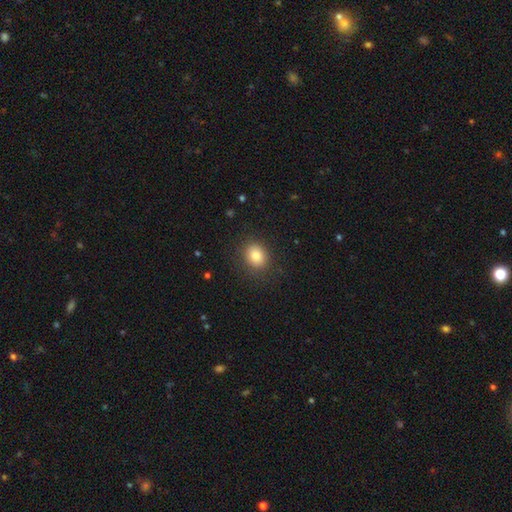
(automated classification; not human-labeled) Smooth or featured? Predicted: smooth (p=0.83). How rounded? Predicted: round (p=0.61). Merging? Predicted: none (p=0.87).